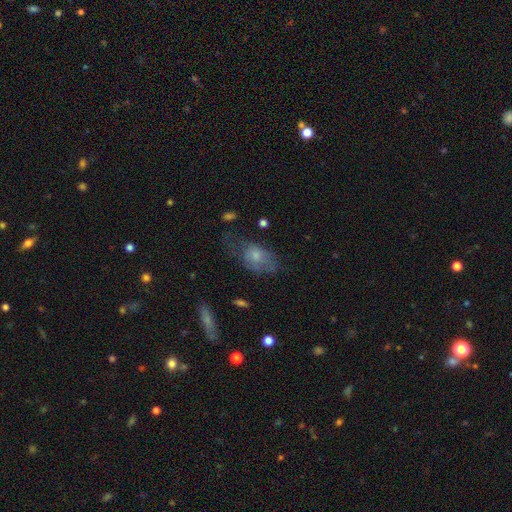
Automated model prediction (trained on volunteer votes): smooth-or-featured: smooth: 58% | featured or disk: 32% | star or artifact: 10%
  how-rounded: in between: 84% | round: 13% | cigar-shaped: 3%
  merging: none: 40% | minor disturbance: 29% | major disturbance: 28% | merger: 3%